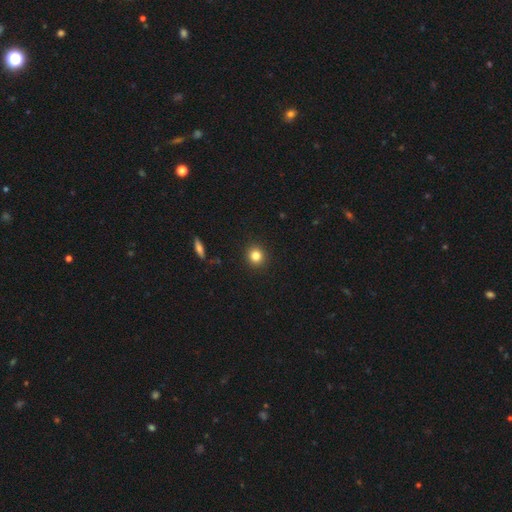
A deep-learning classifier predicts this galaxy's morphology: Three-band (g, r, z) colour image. It shows a smooth galaxy with no disk features (83%) that is round (89%). Merging: none (92%).